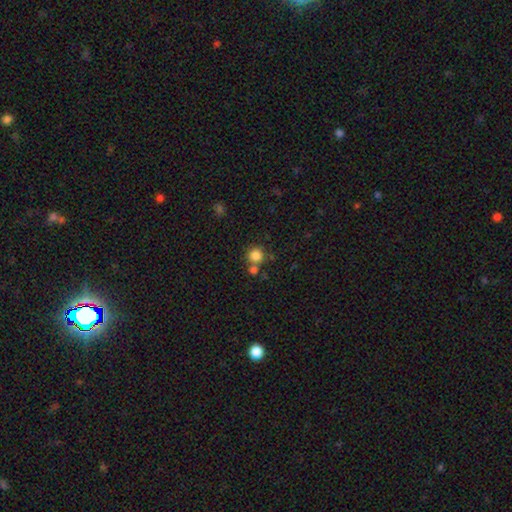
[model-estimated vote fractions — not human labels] smooth_or_featured: smooth (p=0.83) [alt: star or artifact p=0.11]
how_rounded: round (p=0.92) [alt: in between p=0.07]
merging: none (p=0.68) [alt: merger p=0.21]